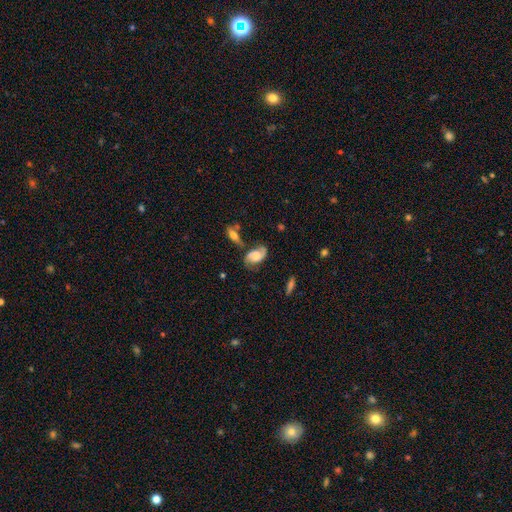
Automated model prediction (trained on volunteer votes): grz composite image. It shows a featured or disk galaxy (73%) with no bar (59%), 2 (88%) medium (44%) spiral arms (94%) and no central bulge (28%). Merging: none (59%).